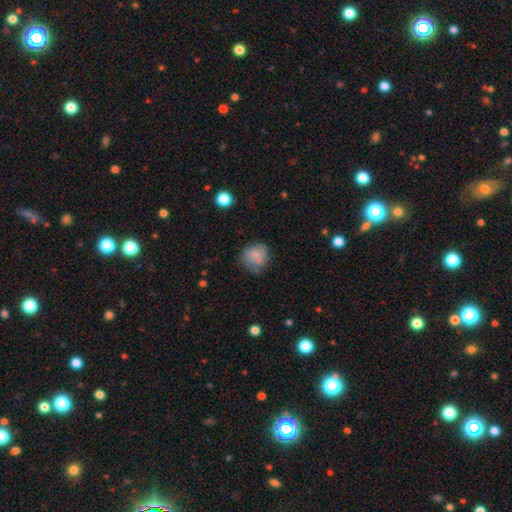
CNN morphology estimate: Smooth or featured?
  - smooth: 75% *
  - featured or disk: 16%
  - star or artifact: 9%
How rounded?
  - round: 78% *
  - in between: 21%
  - cigar-shaped: 1%
Merging?
  - none: 53% *
  - minor disturbance: 27%
  - major disturbance: 10%
  - merger: 9%